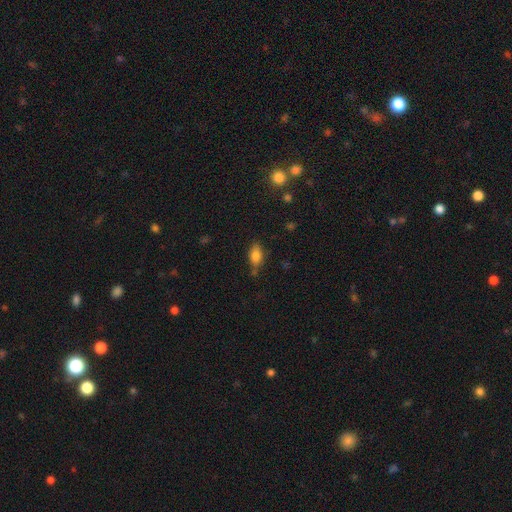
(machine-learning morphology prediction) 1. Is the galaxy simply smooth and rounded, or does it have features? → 79% smooth, 11% featured or disk, 10% star or artifact.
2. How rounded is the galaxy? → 86% in between, 8% cigar-shaped, 6% round.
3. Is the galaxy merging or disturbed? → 67% none, 22% minor disturbance, 5% merger, 5% major disturbance.